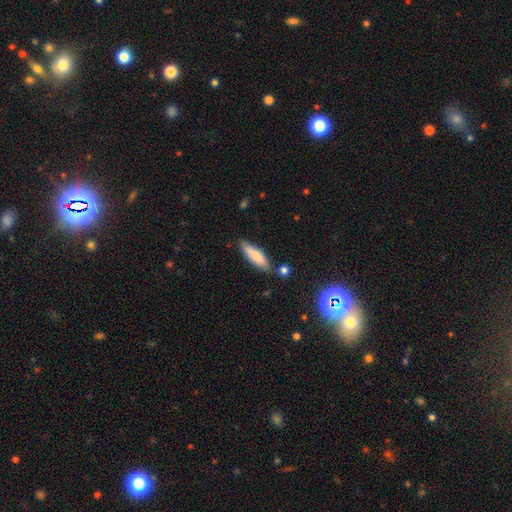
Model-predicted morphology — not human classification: Smooth or featured? smooth (74%)
How rounded? cigar-shaped (55%)
Merging? none (80%)